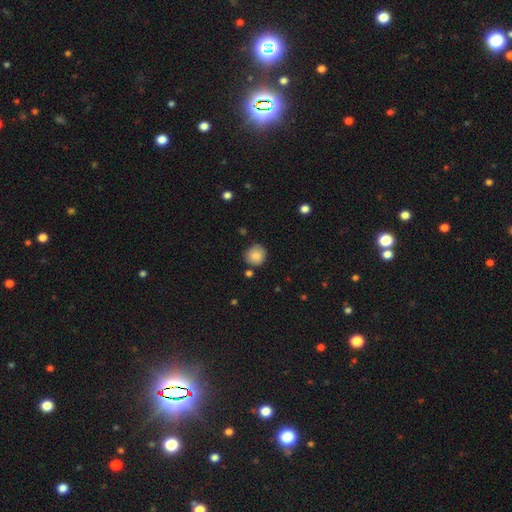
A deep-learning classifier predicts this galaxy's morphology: Q: Smooth or featured?
A: smooth (84%); runner-up: star or artifact (8%)
Q: How rounded?
A: round (89%); runner-up: in between (11%)
Q: Merging?
A: none (77%); runner-up: minor disturbance (16%)